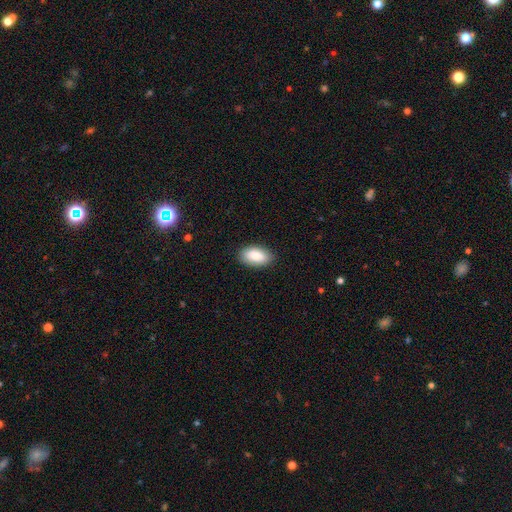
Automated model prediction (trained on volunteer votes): The model was most divided on "merging": none: 87%, minor disturbance: 10%, major disturbance: 2%, merger: 1%. More confident: how rounded — in between (94%); smooth or featured — smooth (85%).